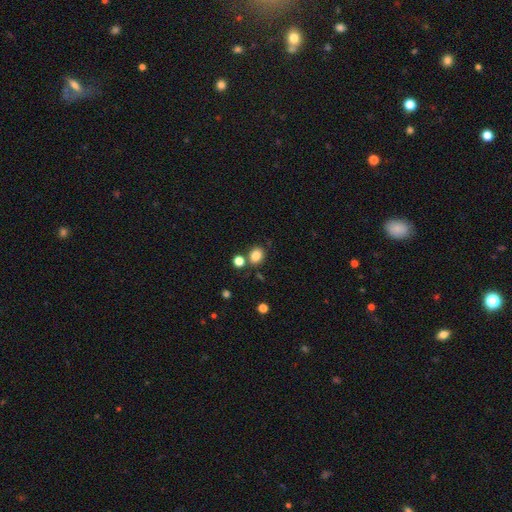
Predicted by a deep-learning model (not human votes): smooth_or_featured: smooth (p=0.83) [alt: star or artifact p=0.12]
how_rounded: round (p=0.62) [alt: in between p=0.38]
merging: none (p=0.74) [alt: merger p=0.12]